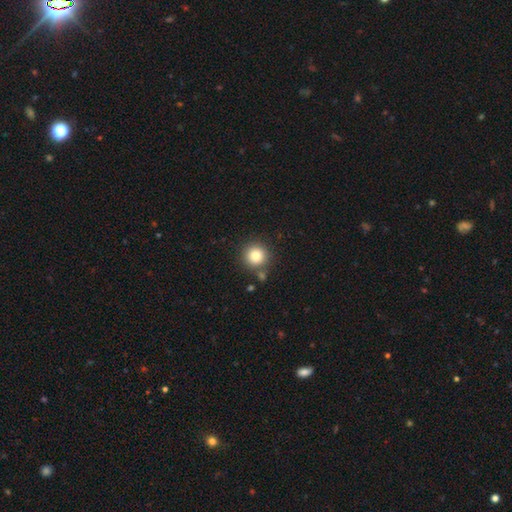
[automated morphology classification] A smooth galaxy with no disk features (84%) that is round (93%).

Vote fractions:
- Smooth or featured? smooth: 84% / star or artifact: 11% / featured or disk: 6%
- How rounded? round: 93% / in between: 6% / cigar-shaped: 1%
- Merging? none: 81% / minor disturbance: 9% / merger: 8% / major disturbance: 3%